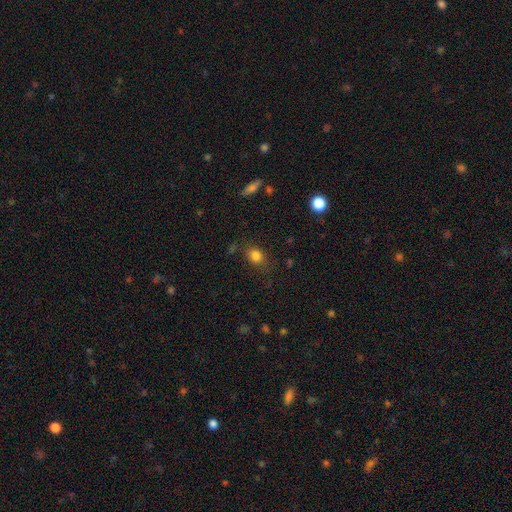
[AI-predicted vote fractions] Smooth or featured: smooth — 81% (star or artifact — 12%)
How rounded: in between — 56% (round — 42%)
Merging: none — 77% (minor disturbance — 15%)